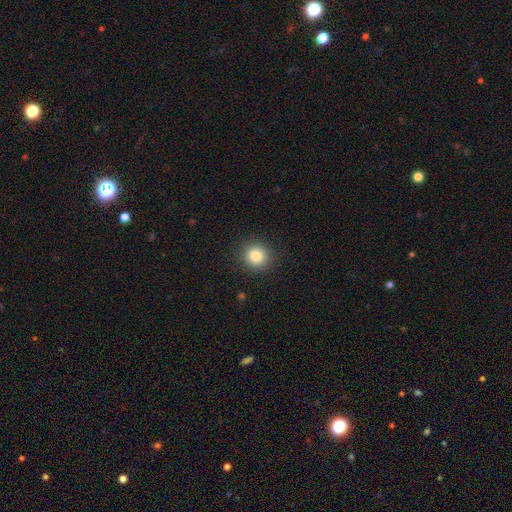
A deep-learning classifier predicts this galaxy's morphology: This is clearly a smooth galaxy (85%). How rounded: clearly round (91%). Merging: clearly none (90%).